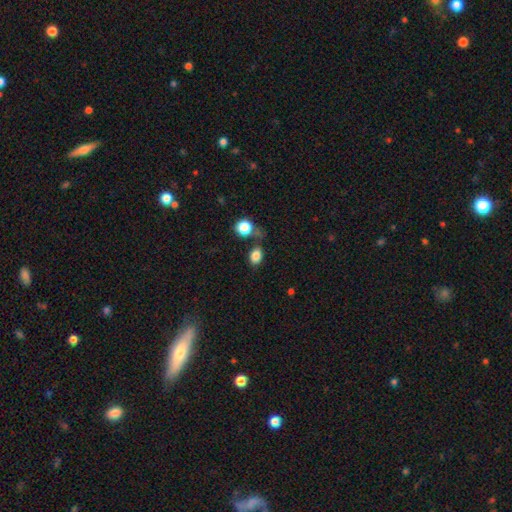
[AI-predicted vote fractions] Smooth or featured: smooth — 84% (star or artifact — 11%)
How rounded: in between — 70% (round — 29%)
Merging: none — 65% (minor disturbance — 16%)